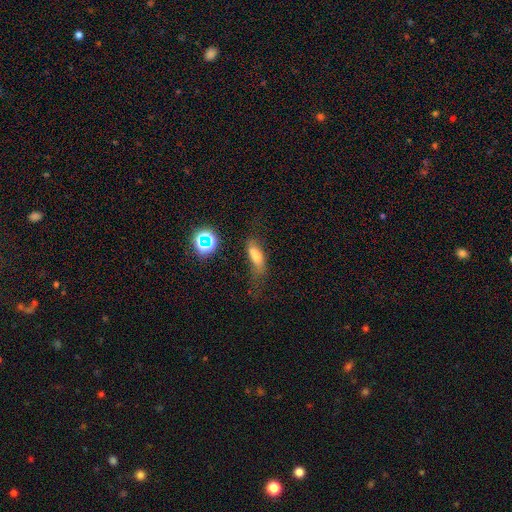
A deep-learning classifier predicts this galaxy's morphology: The model was most divided on "merging": none: 41%, minor disturbance: 27%, major disturbance: 25%, merger: 7%. More confident: smooth or featured — smooth (60%); how rounded — in between (59%).